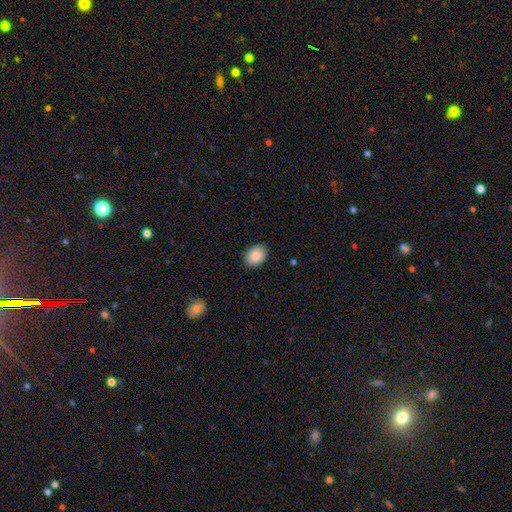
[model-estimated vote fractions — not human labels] A smooth galaxy with no disk features (89%) that is in between round and cigar-shaped (79%).

Vote fractions:
- Smooth or featured? smooth: 89% / star or artifact: 7% / featured or disk: 4%
- How rounded? in between: 79% / round: 20% / cigar-shaped: 1%
- Merging? none: 87% / minor disturbance: 10% / major disturbance: 2% / merger: 1%